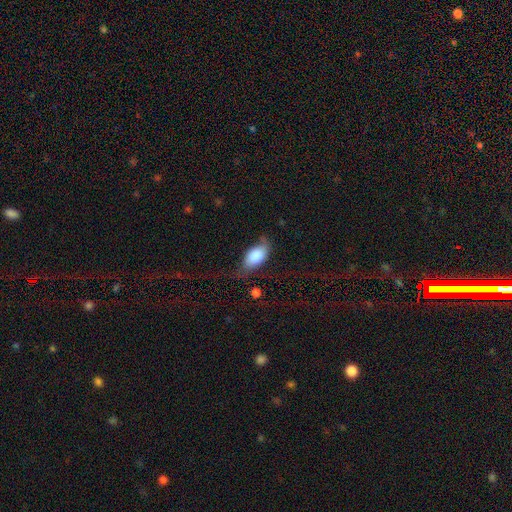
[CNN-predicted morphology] Smooth or featured? Predicted: smooth (p=0.76). How rounded? Predicted: in between (p=0.92). Merging? Predicted: none (p=0.42).